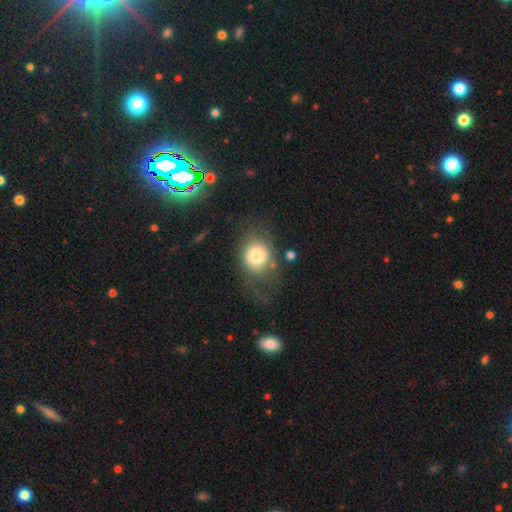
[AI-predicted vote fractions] smooth_or_featured: smooth (p=0.71) [alt: featured or disk p=0.19]
how_rounded: round (p=0.61) [alt: in between p=0.38]
merging: none (p=0.53) [alt: major disturbance p=0.22]